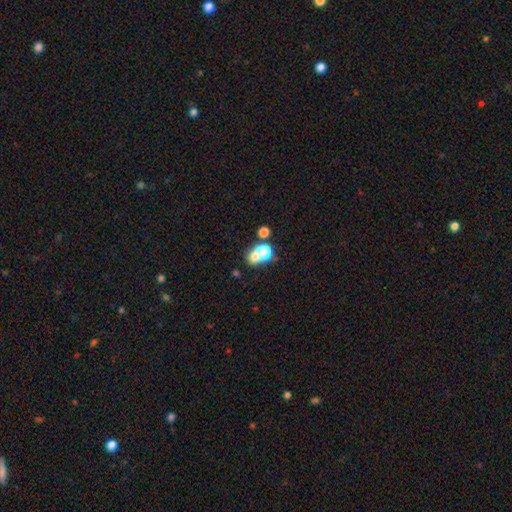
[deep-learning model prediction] This is likely a smooth galaxy (65%). How rounded: possibly round (58%). Merging: possibly merger (57%).